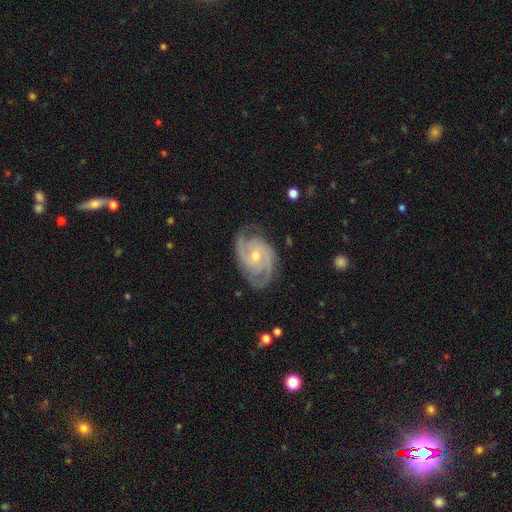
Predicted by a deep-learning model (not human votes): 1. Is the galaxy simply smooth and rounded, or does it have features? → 90% featured or disk, 6% smooth, 5% star or artifact.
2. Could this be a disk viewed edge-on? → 97% no, 3% yes.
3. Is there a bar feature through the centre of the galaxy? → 62% no, 30% weak, 8% strong.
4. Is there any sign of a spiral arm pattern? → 98% yes, 2% no.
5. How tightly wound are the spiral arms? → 48% tight, 43% medium, 9% loose.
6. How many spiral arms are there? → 58% 2, 23% 3, 9% can't tell, 4% 4, 3% 1, 3% more than 4.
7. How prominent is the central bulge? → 54% small, 44% moderate, 1% large, 1% none, 1% dominant.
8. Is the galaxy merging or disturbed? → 76% none, 18% minor disturbance, 5% major disturbance, 1% merger.